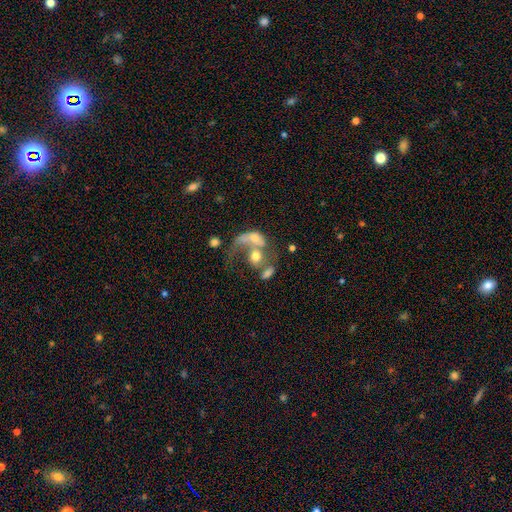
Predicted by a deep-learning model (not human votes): The model was most divided on "smooth or featured": featured or disk: 50%, smooth: 39%, star or artifact: 11%. More confident: merging — merger (60%).